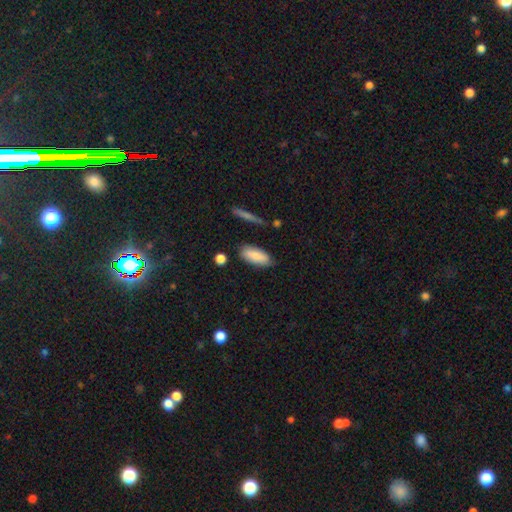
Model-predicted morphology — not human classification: Smooth or featured?
  - smooth: 83% *
  - featured or disk: 11%
  - star or artifact: 6%
How rounded?
  - in between: 78% *
  - cigar-shaped: 20%
  - round: 2%
Merging?
  - none: 76% *
  - minor disturbance: 17%
  - major disturbance: 4%
  - merger: 4%